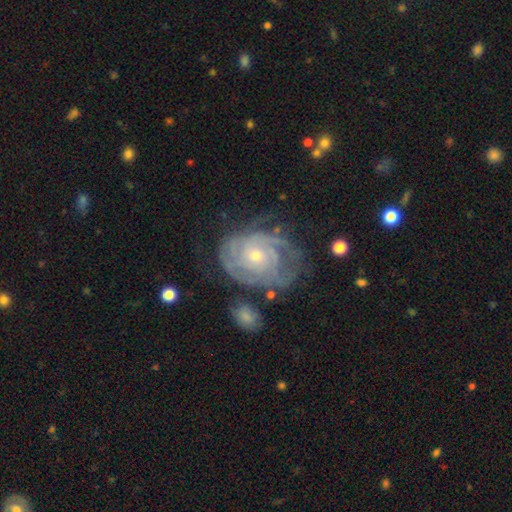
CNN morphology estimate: The model was most divided on "spiral arm count": can't tell: 39%, 3: 20%, 2: 16%, 4: 13%, more than 4: 6%, 1: 5%. More confident: edge-on disk — no (97%); spiral arms — yes (93%); smooth or featured — featured or disk (84%); bar — no (78%); spiral winding — tight (72%); bulge size — small (67%); merging — none (62%).